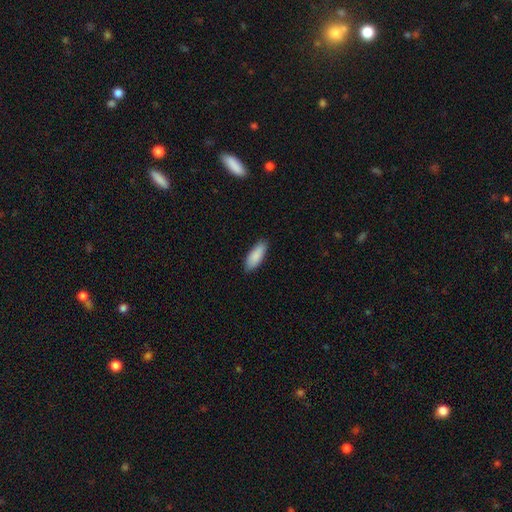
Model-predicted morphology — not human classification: Smooth or featured: smooth — 89% (featured or disk — 6%)
How rounded: in between — 76% (cigar-shaped — 22%)
Merging: none — 87% (minor disturbance — 10%)